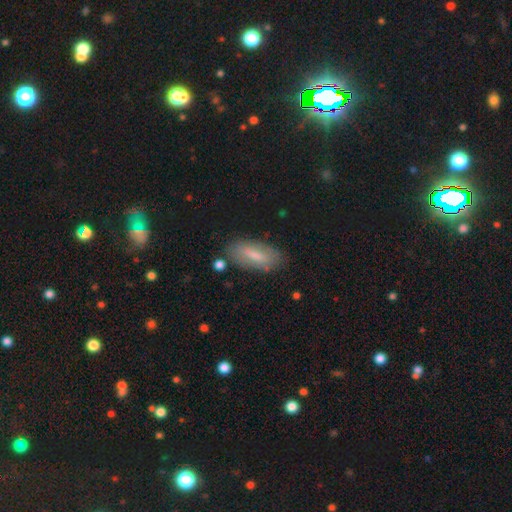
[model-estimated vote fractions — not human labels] Smooth or featured?
  - smooth: 66% *
  - featured or disk: 26%
  - star or artifact: 8%
How rounded?
  - in between: 70% *
  - cigar-shaped: 28%
  - round: 2%
Merging?
  - none: 79% *
  - minor disturbance: 15%
  - major disturbance: 4%
  - merger: 2%